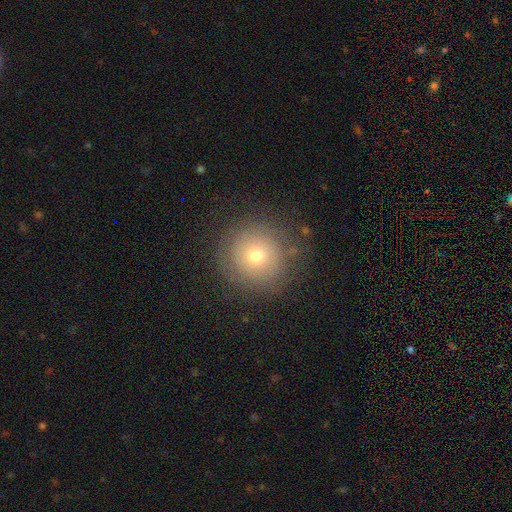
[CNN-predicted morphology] A smooth galaxy with no disk features (67%) that is round (94%). Merging: none (83%).